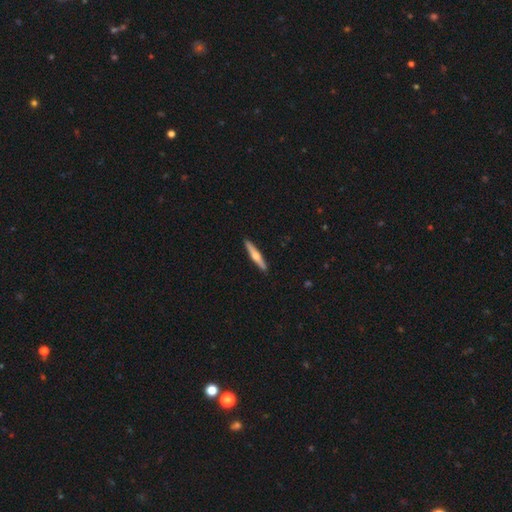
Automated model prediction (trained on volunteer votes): The model was most divided on "smooth or featured": featured or disk: 55%, smooth: 40%, star or artifact: 5%. More confident: edge-on disk — yes (97%); merging — none (92%); edge-on bulge — rounded (90%).